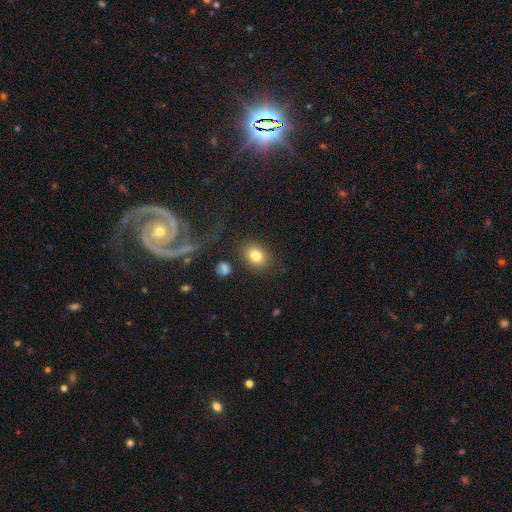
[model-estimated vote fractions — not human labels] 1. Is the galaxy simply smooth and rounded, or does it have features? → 81% smooth, 10% star or artifact, 9% featured or disk.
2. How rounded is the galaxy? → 55% in between, 44% round, 1% cigar-shaped.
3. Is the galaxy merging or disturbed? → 82% none, 11% minor disturbance, 5% major disturbance, 3% merger.